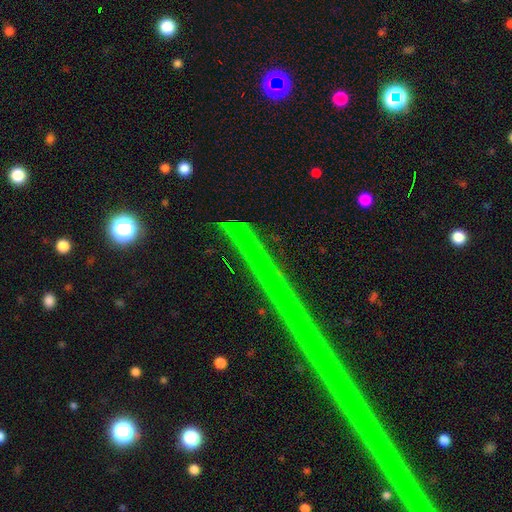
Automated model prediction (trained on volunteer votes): smooth-or-featured: star or artifact: 79% | featured or disk: 15% | smooth: 6%